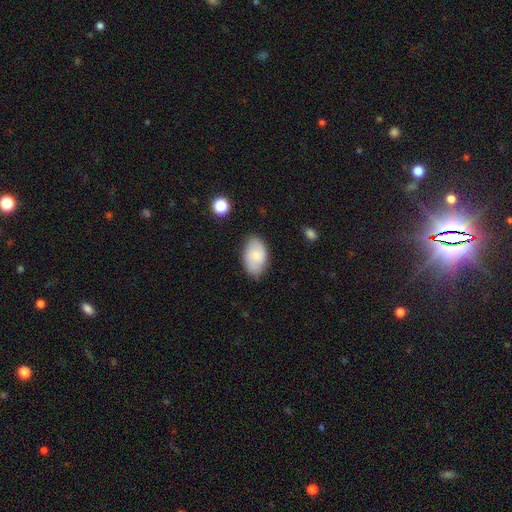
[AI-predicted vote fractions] smooth-or-featured: smooth: 72% | featured or disk: 21% | star or artifact: 7%
  how-rounded: in between: 93% | round: 6% | cigar-shaped: 1%
  merging: none: 76% | minor disturbance: 18% | major disturbance: 4% | merger: 2%